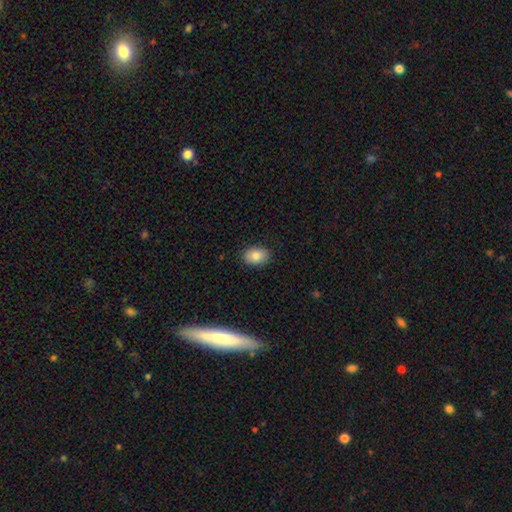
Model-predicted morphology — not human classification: Smooth or featured?
  - smooth: 85% *
  - star or artifact: 8%
  - featured or disk: 7%
How rounded?
  - in between: 80% *
  - round: 19%
  - cigar-shaped: 1%
Merging?
  - none: 89% *
  - minor disturbance: 8%
  - major disturbance: 2%
  - merger: 1%